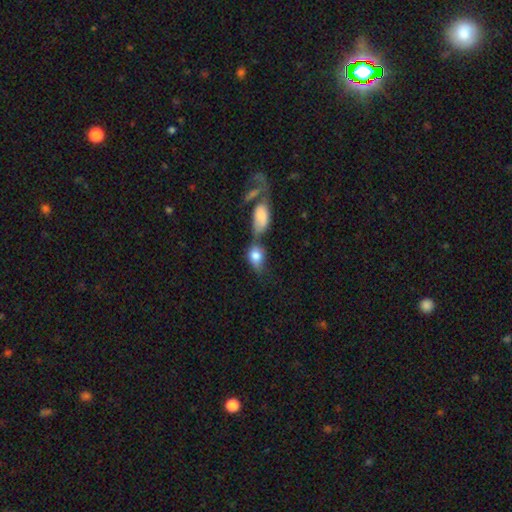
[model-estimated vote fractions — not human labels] Smooth or featured?
  - smooth: 76% *
  - featured or disk: 16%
  - star or artifact: 8%
How rounded?
  - in between: 79% *
  - round: 18%
  - cigar-shaped: 3%
Merging?
  - merger: 43% *
  - none: 28%
  - minor disturbance: 17%
  - major disturbance: 12%